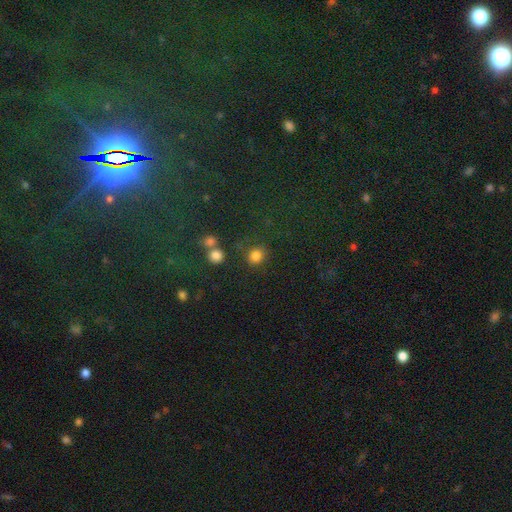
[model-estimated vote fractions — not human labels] smooth_or_featured: smooth (p=0.81) [alt: star or artifact p=0.14]
how_rounded: round (p=0.80) [alt: in between p=0.19]
merging: none (p=0.74) [alt: minor disturbance p=0.12]